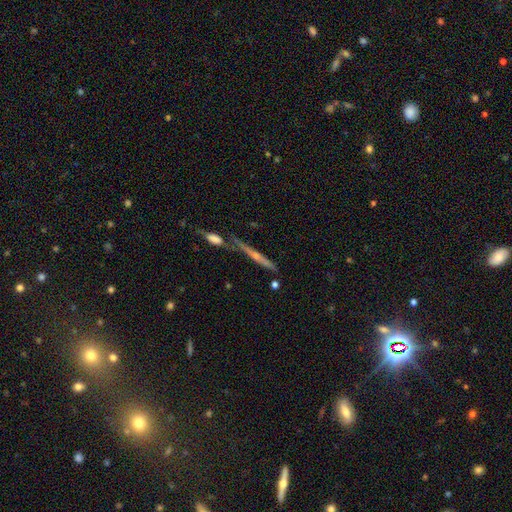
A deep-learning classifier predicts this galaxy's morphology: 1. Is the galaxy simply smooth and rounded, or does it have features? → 43% featured or disk, 37% star or artifact, 21% smooth.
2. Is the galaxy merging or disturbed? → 70% none, 12% minor disturbance, 11% merger, 7% major disturbance.